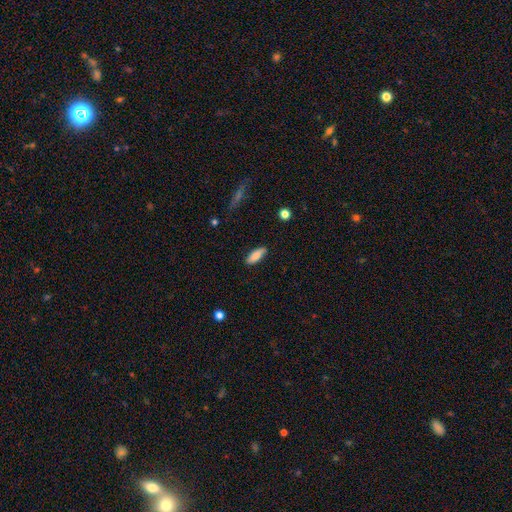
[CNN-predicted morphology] smooth 85%, featured or disk 8%, star or artifact 6%. Down the decision tree: how rounded — in between (68%); merging — none (86%).